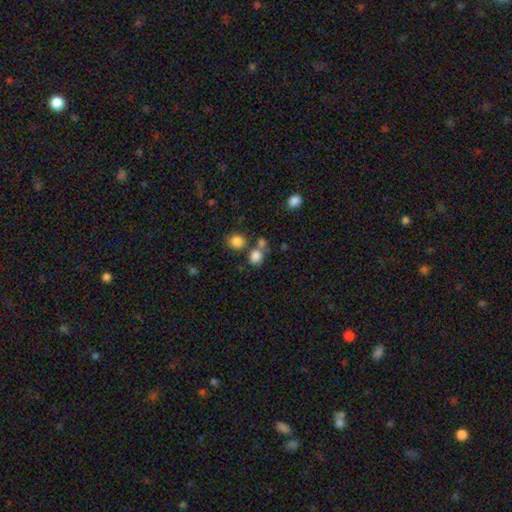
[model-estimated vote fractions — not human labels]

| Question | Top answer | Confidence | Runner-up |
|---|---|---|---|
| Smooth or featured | smooth | 82% | star or artifact (12%) |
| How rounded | round | 71% | in between (28%) |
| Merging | none | 57% | merger (29%) |